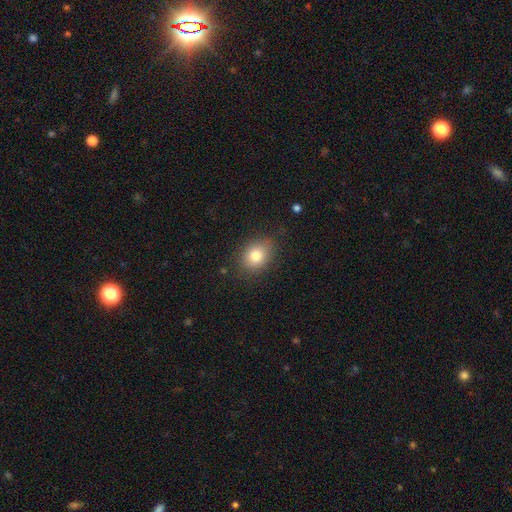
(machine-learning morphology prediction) Smooth or featured?
  - smooth: 81% *
  - star or artifact: 10%
  - featured or disk: 10%
How rounded?
  - in between: 58% *
  - round: 41%
  - cigar-shaped: 1%
Merging?
  - none: 79% *
  - minor disturbance: 15%
  - major disturbance: 4%
  - merger: 1%